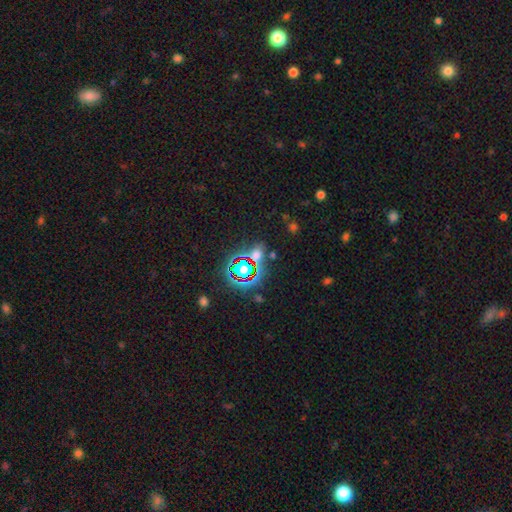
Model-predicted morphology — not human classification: type=star or artifact (54%).